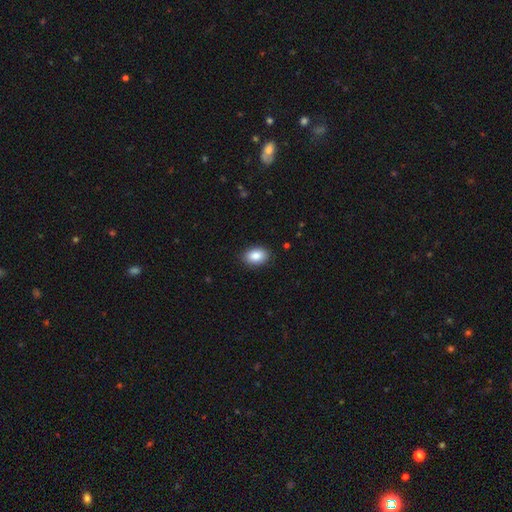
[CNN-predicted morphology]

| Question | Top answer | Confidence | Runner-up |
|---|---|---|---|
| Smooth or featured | smooth | 87% | star or artifact (7%) |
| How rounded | in between | 85% | round (14%) |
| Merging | none | 89% | minor disturbance (8%) |